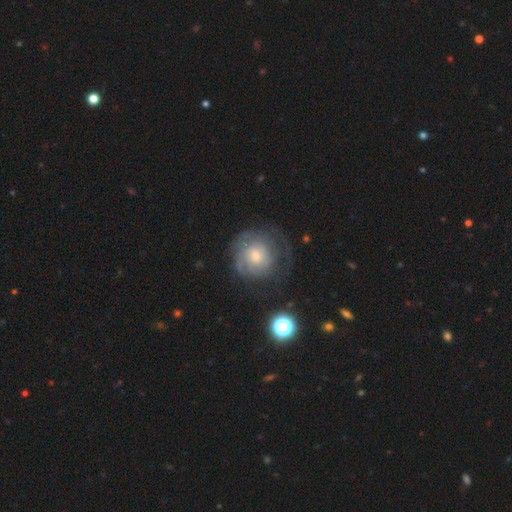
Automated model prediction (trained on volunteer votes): smooth_or_featured: featured or disk (p=0.64) [alt: smooth p=0.27]
disk_edge_on: no (p=0.97) [alt: yes p=0.03]
bar: no (p=0.77) [alt: weak p=0.20]
has_spiral_arms: yes (p=0.84) [alt: no p=0.16]
spiral_winding: tight (p=0.68) [alt: medium p=0.24]
spiral_arm_count: can't tell (p=0.50) [alt: 2 p=0.23]
bulge_size: moderate (p=0.49) [alt: small p=0.39]
merging: none (p=0.65) [alt: minor disturbance p=0.19]